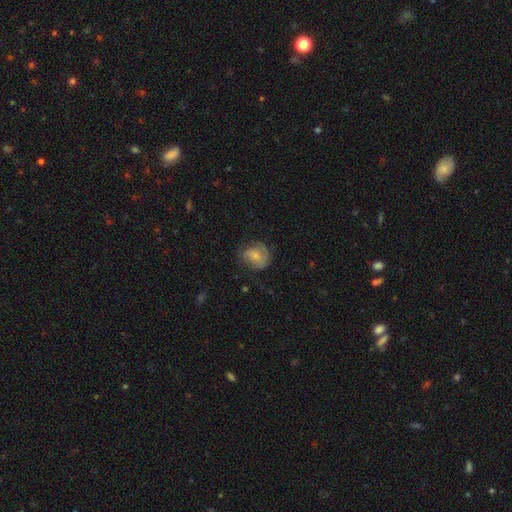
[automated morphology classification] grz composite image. It shows a smooth galaxy with no disk features (59%) that is round (61%). Merging: none (56%).